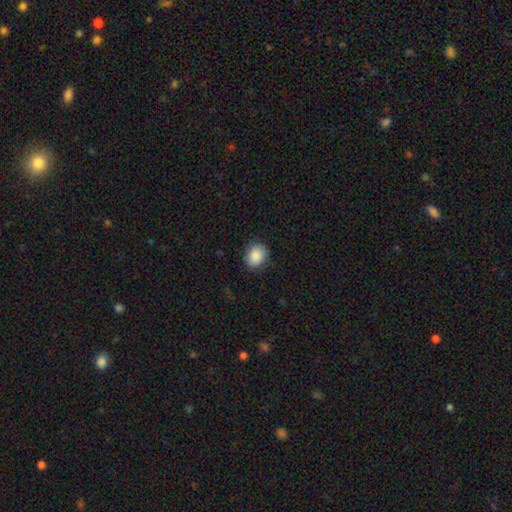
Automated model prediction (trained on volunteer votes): Smooth or featured? smooth (88%)
How rounded? round (56%)
Merging? none (83%)